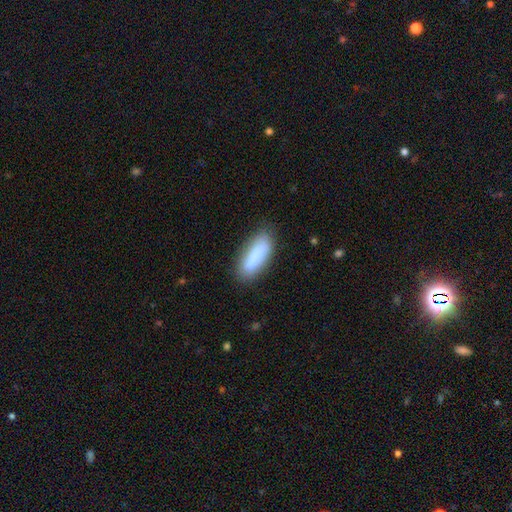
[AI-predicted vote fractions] smooth-or-featured: smooth: 81% | featured or disk: 12% | star or artifact: 7%
  how-rounded: in between: 61% | cigar-shaped: 37% | round: 2%
  merging: none: 76% | minor disturbance: 16% | major disturbance: 4% | merger: 3%